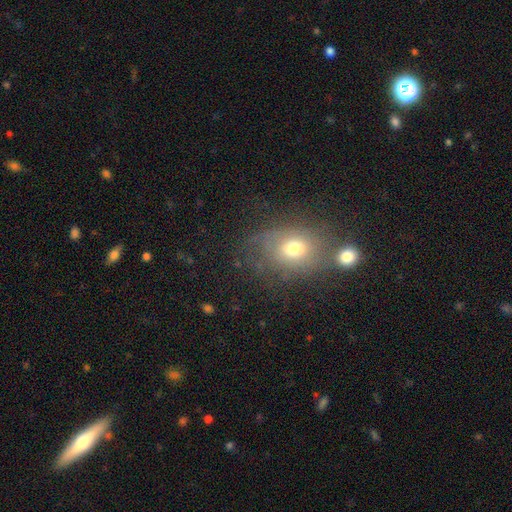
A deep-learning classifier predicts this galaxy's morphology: Smooth or featured? smooth (56%)
How rounded? in between (54%)
Merging? none (62%)